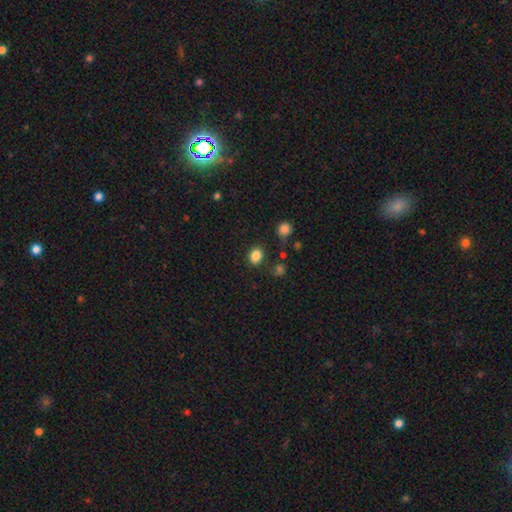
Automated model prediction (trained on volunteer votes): This is clearly a smooth galaxy (85%). How rounded: possibly in between (53%). Merging: clearly none (82%).